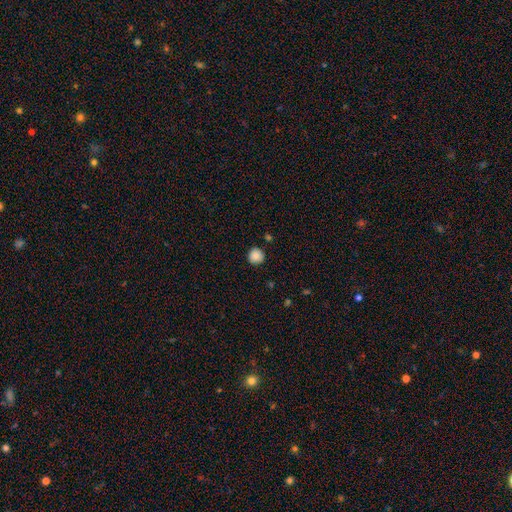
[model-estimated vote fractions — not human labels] Smooth or featured? smooth (88%)
How rounded? round (94%)
Merging? none (90%)